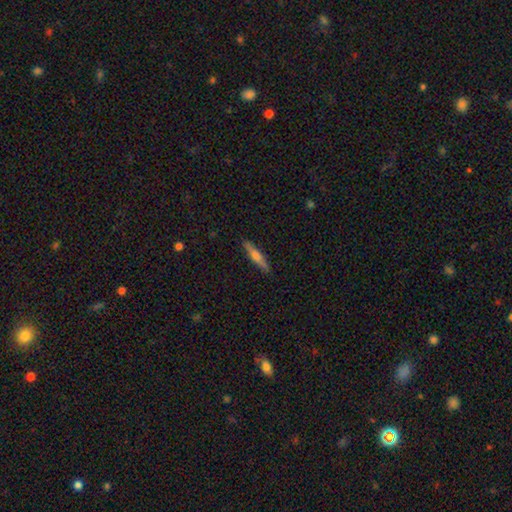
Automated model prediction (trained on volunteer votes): Q: Smooth or featured?
A: featured or disk (47%); runner-up: smooth (46%)
Q: Merging?
A: none (90%); runner-up: minor disturbance (7%)